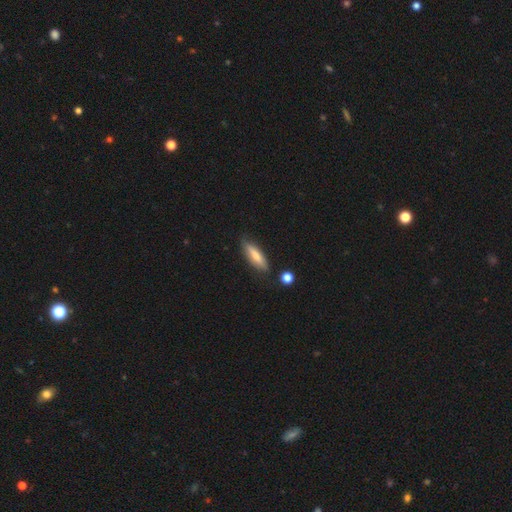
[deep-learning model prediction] This appears to be a smooth galaxy with no disk features (67%) that is cigar-shaped (68%). Merging: none (81%).